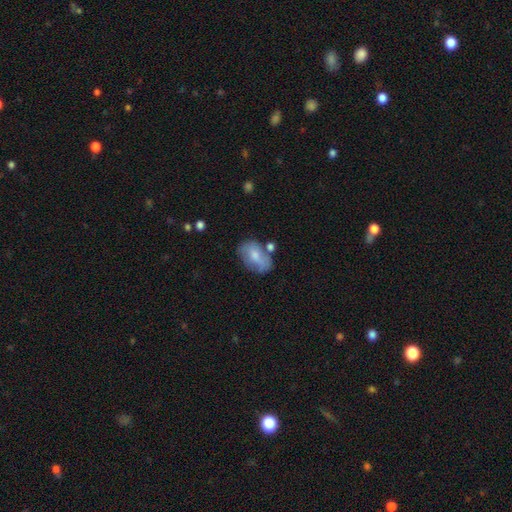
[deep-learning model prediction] The model was most divided on "merging": none: 50%, minor disturbance: 26%, merger: 14%, major disturbance: 10%. More confident: how rounded — in between (86%); smooth or featured — smooth (63%).